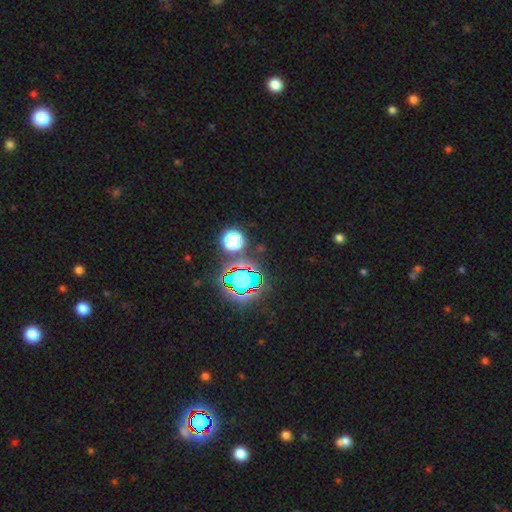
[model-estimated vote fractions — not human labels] Smooth or featured?
  - star or artifact: 80% *
  - smooth: 13%
  - featured or disk: 7%